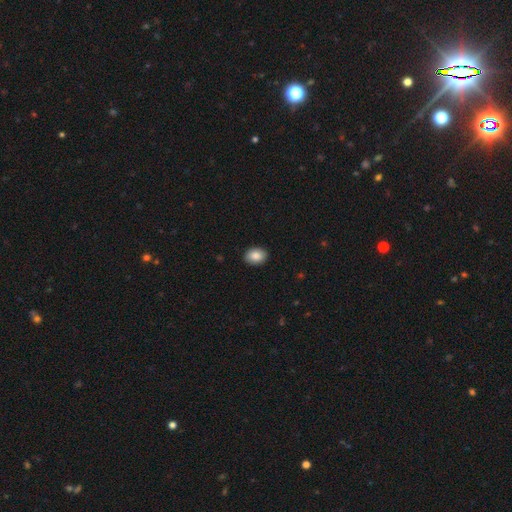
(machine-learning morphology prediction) Smooth or featured? smooth (87%)
How rounded? in between (74%)
Merging? none (90%)